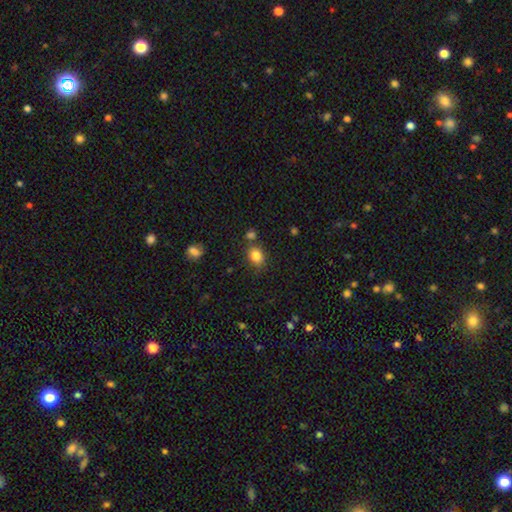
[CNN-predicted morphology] type=smooth (83%); roundness=in between (55%); merging=none (71%).